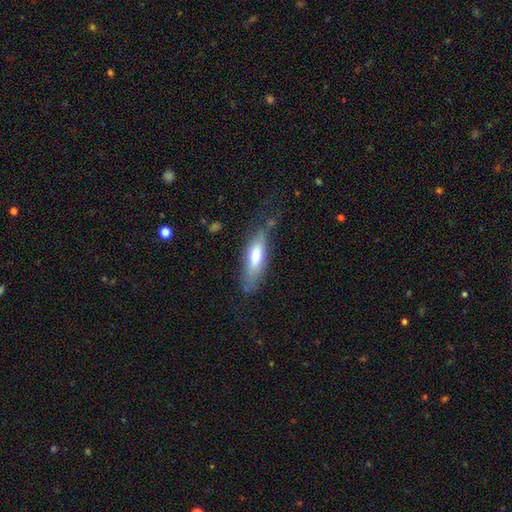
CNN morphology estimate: Overall: smooth (63%; featured or disk 30%). How rounded: cigar-shaped (56%; in between 42%). Merging: none (64%; minor disturbance 24%).